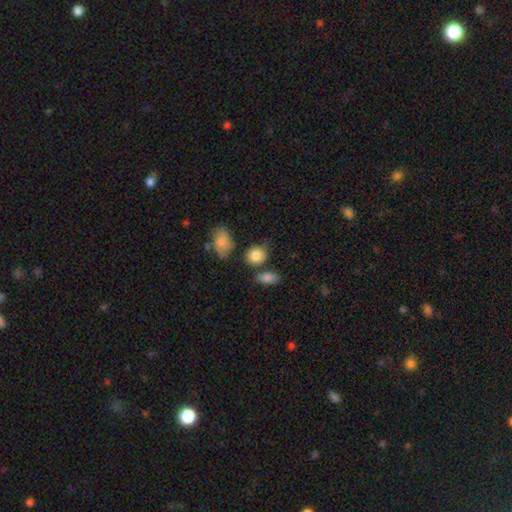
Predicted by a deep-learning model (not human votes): Smooth or featured? smooth (84%)
How rounded? round (63%)
Merging? none (66%)